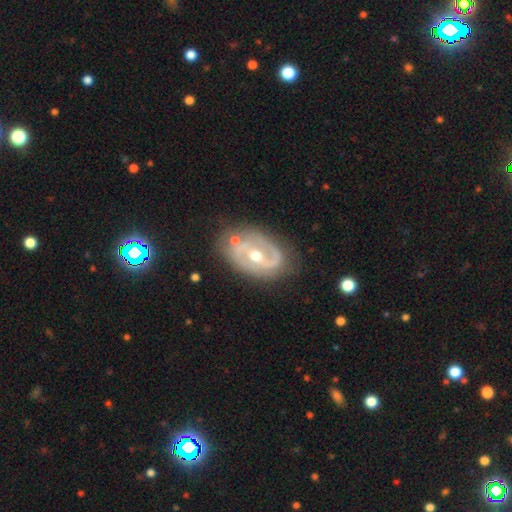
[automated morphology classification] Smooth or featured?
  - featured or disk: 85% *
  - smooth: 10%
  - star or artifact: 5%
Edge-on disk?
  - no: 96% *
  - yes: 4%
Bar?
  - weak: 40% *
  - no: 36%
  - strong: 24%
Spiral arms?
  - yes: 89% *
  - no: 11%
Spiral winding?
  - medium: 47% *
  - tight: 34%
  - loose: 19%
Spiral arm count?
  - 2: 79% *
  - can't tell: 8%
  - 1: 7%
  - 3: 3%
  - 4: 1%
  - more than 4: 1%
Bulge size?
  - moderate: 70% *
  - small: 24%
  - large: 3%
  - none: 1%
  - dominant: 1%
Merging?
  - none: 69% *
  - minor disturbance: 19%
  - major disturbance: 7%
  - merger: 5%